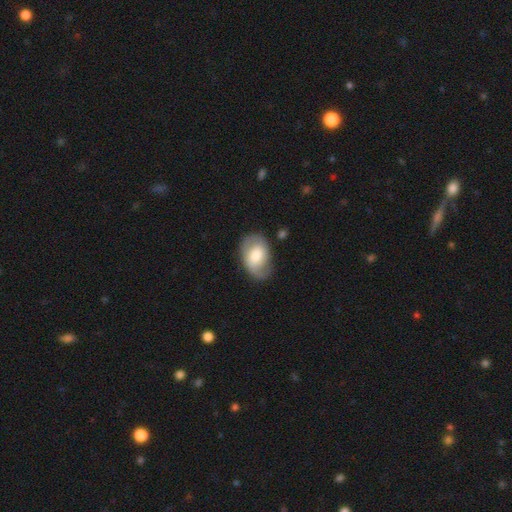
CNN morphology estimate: A smooth galaxy with no disk features (54%) that is in between round and cigar-shaped (87%). Merging: none (66%).